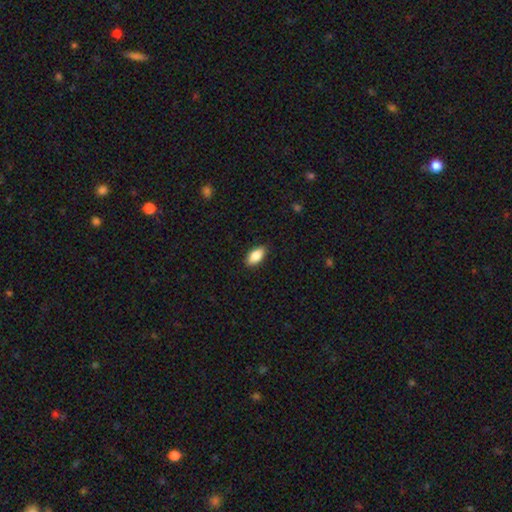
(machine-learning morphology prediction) type=smooth (87%); roundness=in between (91%); merging=none (88%).